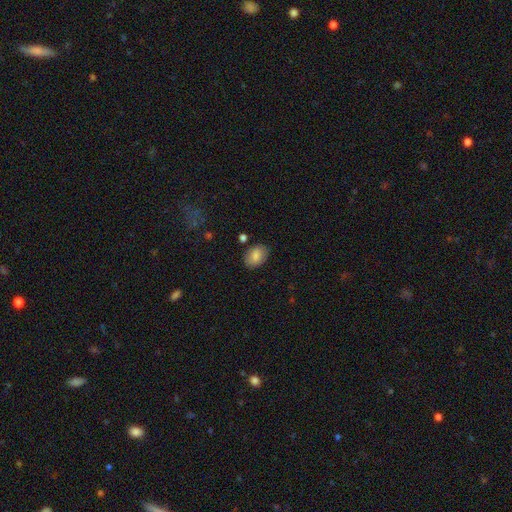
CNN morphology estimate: smooth_or_featured: smooth (p=0.81) [alt: featured or disk p=0.11]
how_rounded: in between (p=0.81) [alt: round p=0.18]
merging: none (p=0.82) [alt: minor disturbance p=0.13]